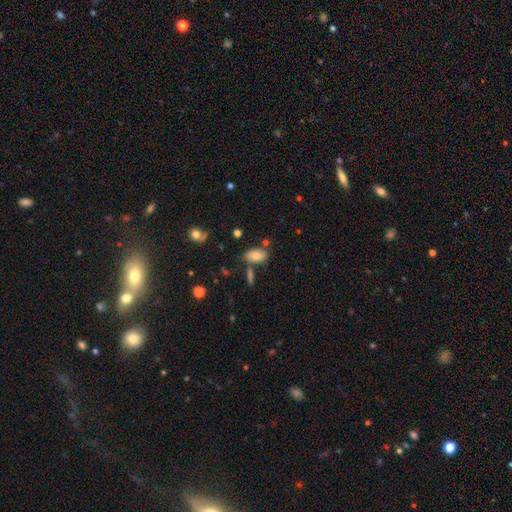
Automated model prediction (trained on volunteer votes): Smooth or featured? smooth (79%)
How rounded? in between (92%)
Merging? none (69%)